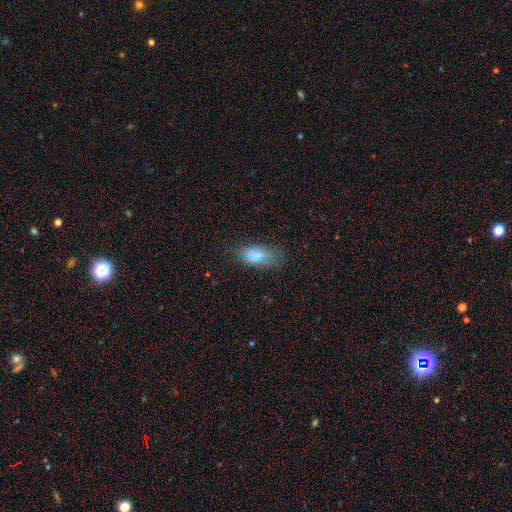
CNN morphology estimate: type=smooth (70%); roundness=in between (89%); merging=none (83%).